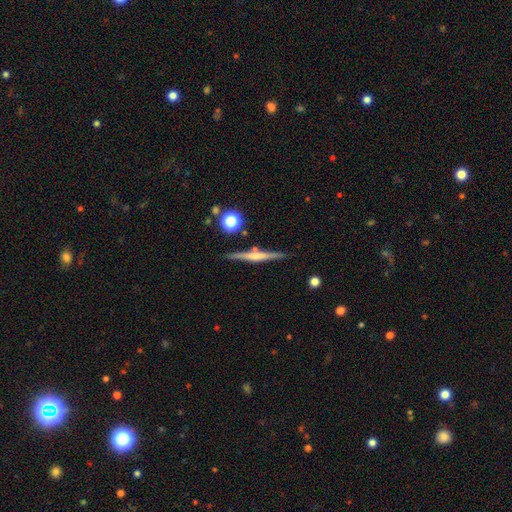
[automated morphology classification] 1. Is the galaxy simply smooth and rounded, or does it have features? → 72% featured or disk, 21% smooth, 7% star or artifact.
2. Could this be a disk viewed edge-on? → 98% yes, 2% no.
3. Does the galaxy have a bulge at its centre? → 60% rounded, 25% none, 15% boxy.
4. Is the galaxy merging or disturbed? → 88% none, 7% minor disturbance, 3% merger, 2% major disturbance.